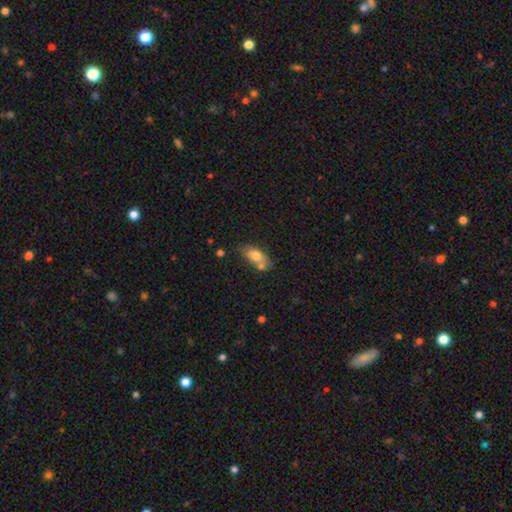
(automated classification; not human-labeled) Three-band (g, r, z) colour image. It shows a smooth galaxy with no disk features (73%) that is in between round and cigar-shaped (85%). Merging: none (52%).